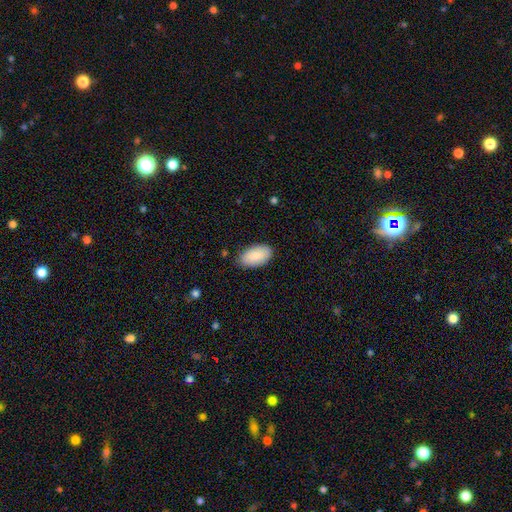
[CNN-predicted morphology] smooth-or-featured: smooth: 89% | star or artifact: 6% | featured or disk: 5%
  how-rounded: in between: 96% | round: 3% | cigar-shaped: 2%
  merging: none: 83% | minor disturbance: 13% | major disturbance: 3% | merger: 1%